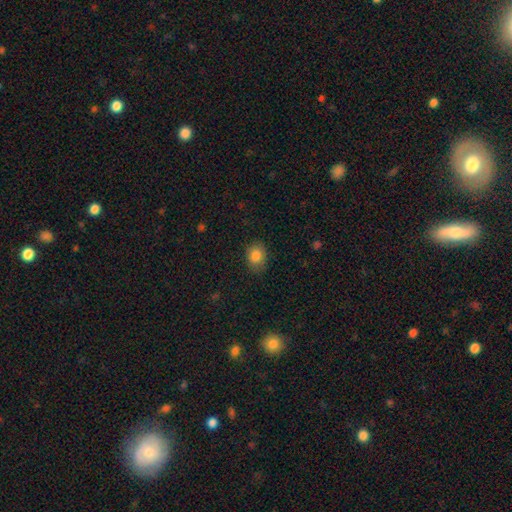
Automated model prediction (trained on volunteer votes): Smooth or featured?
  - smooth: 84% *
  - star or artifact: 9%
  - featured or disk: 7%
How rounded?
  - in between: 60% *
  - round: 39%
  - cigar-shaped: 1%
Merging?
  - none: 82% *
  - minor disturbance: 14%
  - major disturbance: 3%
  - merger: 1%